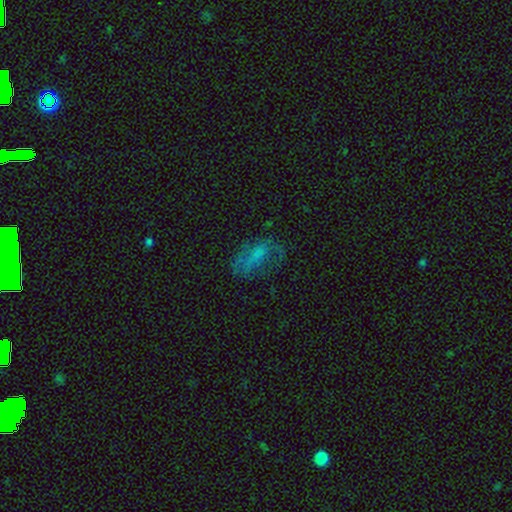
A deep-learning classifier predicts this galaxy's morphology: smooth 46%, featured or disk 38%, star or artifact 16%. Down the decision tree: merging — none (51%).